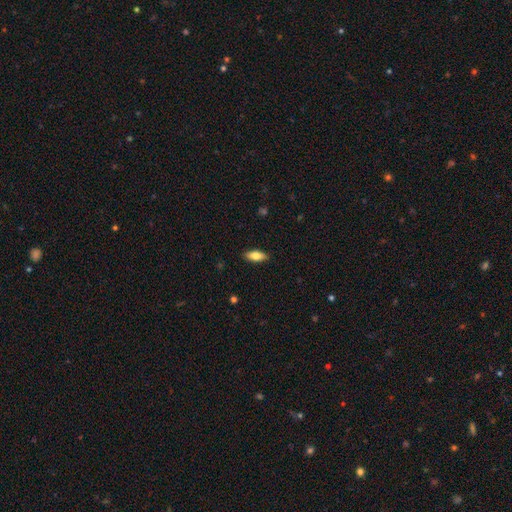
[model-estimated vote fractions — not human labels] Smooth or featured? smooth (77%)
How rounded? in between (78%)
Merging? none (89%)